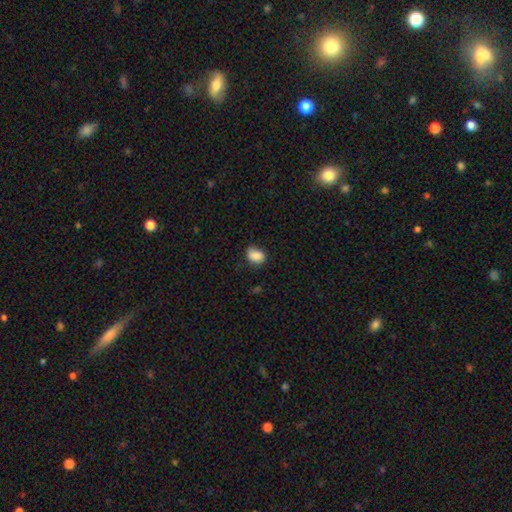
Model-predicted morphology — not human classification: Smooth or featured?
  - smooth: 86% *
  - star or artifact: 8%
  - featured or disk: 6%
How rounded?
  - in between: 73% *
  - round: 26%
  - cigar-shaped: 1%
Merging?
  - none: 71% *
  - minor disturbance: 23%
  - major disturbance: 4%
  - merger: 2%